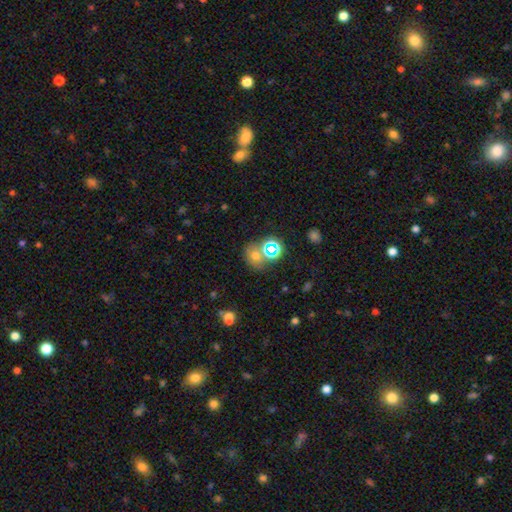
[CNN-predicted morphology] smooth 57%, star or artifact 30%, featured or disk 13%. Down the decision tree: how rounded — round (58%); merging — none (57%).